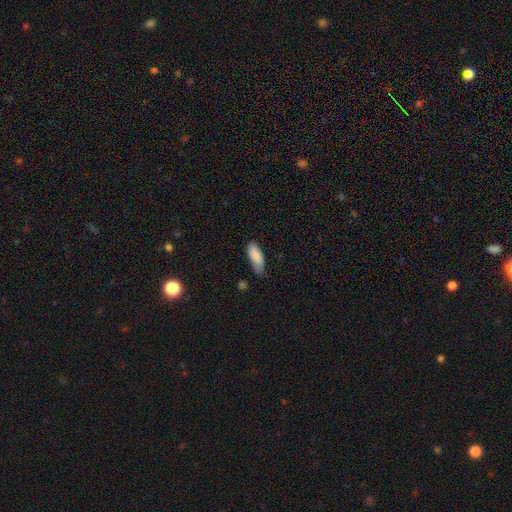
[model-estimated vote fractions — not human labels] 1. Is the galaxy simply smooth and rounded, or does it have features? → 85% smooth, 9% featured or disk, 6% star or artifact.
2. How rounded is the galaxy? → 75% in between, 23% cigar-shaped, 2% round.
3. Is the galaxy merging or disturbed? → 58% none, 33% minor disturbance, 6% major disturbance, 2% merger.